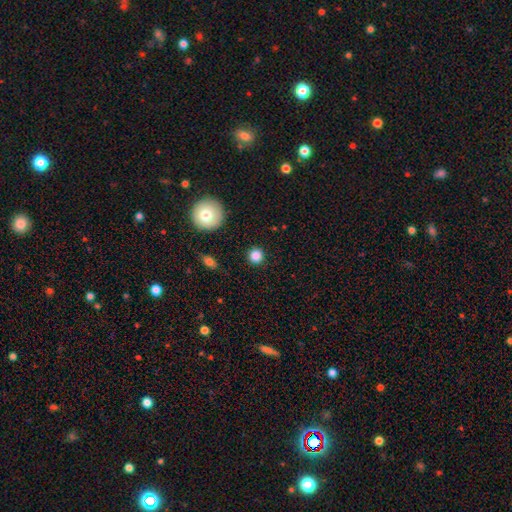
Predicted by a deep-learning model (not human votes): smooth 85%, star or artifact 11%, featured or disk 4%. Down the decision tree: how rounded — round (93%); merging — none (91%).